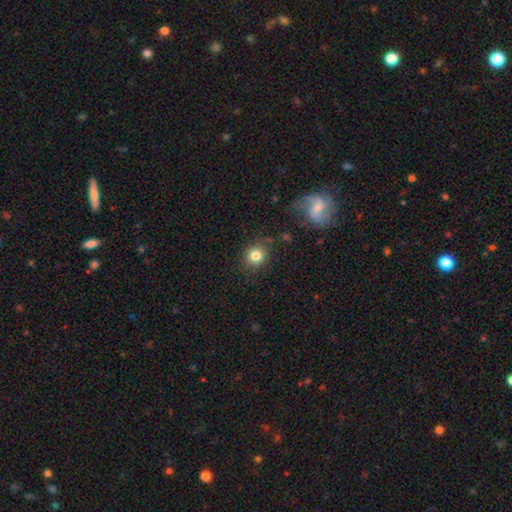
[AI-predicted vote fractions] A smooth galaxy with no disk features (81%) that is round (78%). Merging: none (80%).